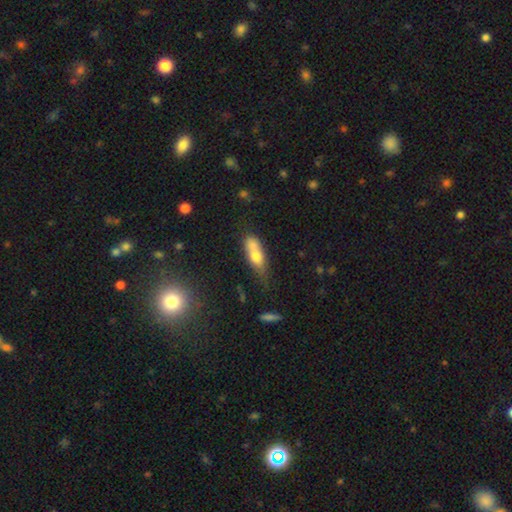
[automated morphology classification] Q: Smooth or featured?
A: smooth (65%); runner-up: featured or disk (26%)
Q: How rounded?
A: in between (64%); runner-up: cigar-shaped (30%)
Q: Merging?
A: merger (32%); tied with: none (32%)